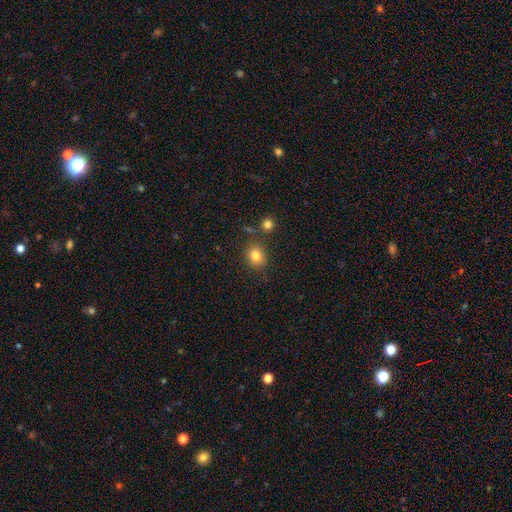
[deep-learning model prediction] The model was most divided on "how rounded": round: 65%, in between: 34%, cigar-shaped: 1%. More confident: smooth or featured — smooth (81%); merging — none (76%).